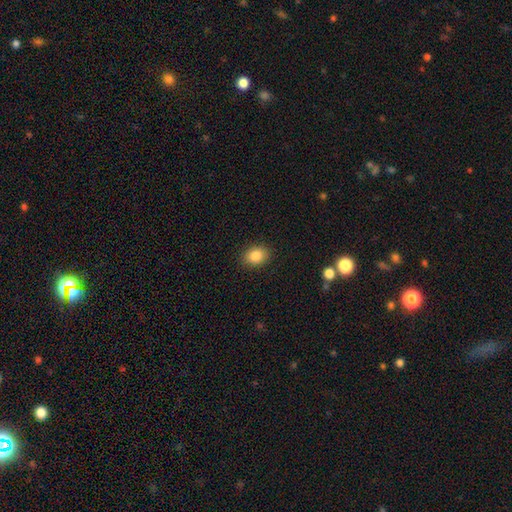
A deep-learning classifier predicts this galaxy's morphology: Smooth or featured?
  - smooth: 85% *
  - star or artifact: 9%
  - featured or disk: 6%
How rounded?
  - in between: 62% *
  - round: 37%
  - cigar-shaped: 1%
Merging?
  - none: 89% *
  - minor disturbance: 8%
  - major disturbance: 2%
  - merger: 1%